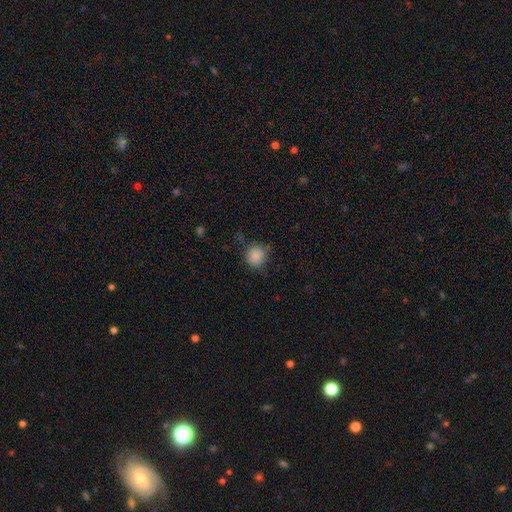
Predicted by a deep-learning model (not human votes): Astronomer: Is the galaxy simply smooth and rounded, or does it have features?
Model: smooth — 86%.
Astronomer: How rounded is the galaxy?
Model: round — 88%.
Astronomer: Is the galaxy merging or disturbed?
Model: none — 72%.